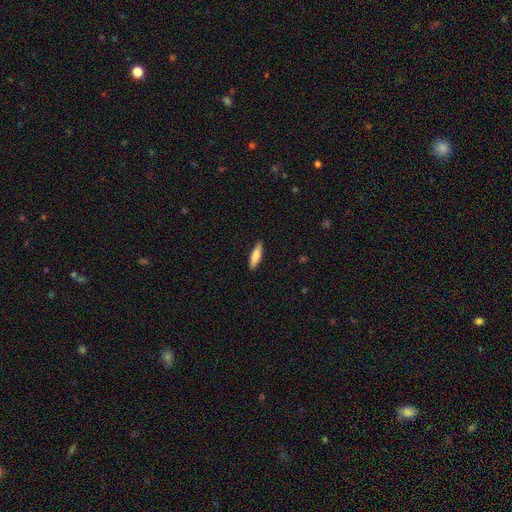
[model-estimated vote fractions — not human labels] Smooth or featured? smooth (79%)
How rounded? cigar-shaped (67%)
Merging? none (89%)